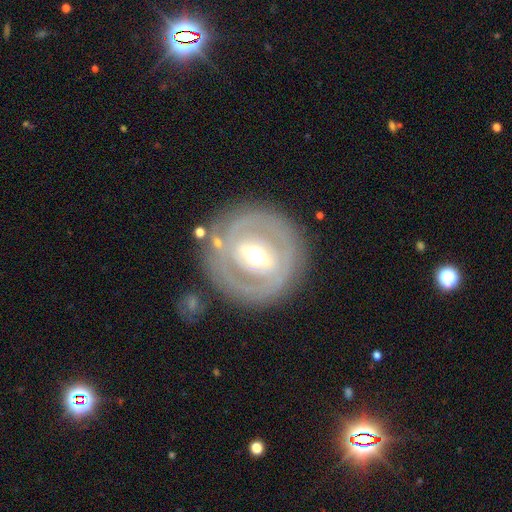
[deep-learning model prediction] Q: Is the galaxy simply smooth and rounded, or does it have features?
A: featured or disk — 76%.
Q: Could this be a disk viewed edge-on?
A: no — 93%.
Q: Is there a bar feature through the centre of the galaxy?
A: strong — 50%.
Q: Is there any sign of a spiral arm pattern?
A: yes — 59%.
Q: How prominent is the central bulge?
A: moderate — 70%.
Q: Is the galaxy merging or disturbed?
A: none — 80%.